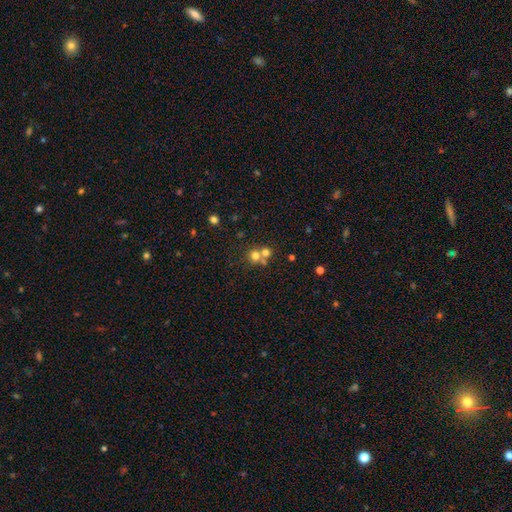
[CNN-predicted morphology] Smooth or featured?
  - smooth: 68% *
  - star or artifact: 17%
  - featured or disk: 15%
How rounded?
  - round: 87% *
  - in between: 12%
  - cigar-shaped: 1%
Merging?
  - merger: 50% *
  - none: 42%
  - minor disturbance: 5%
  - major disturbance: 3%